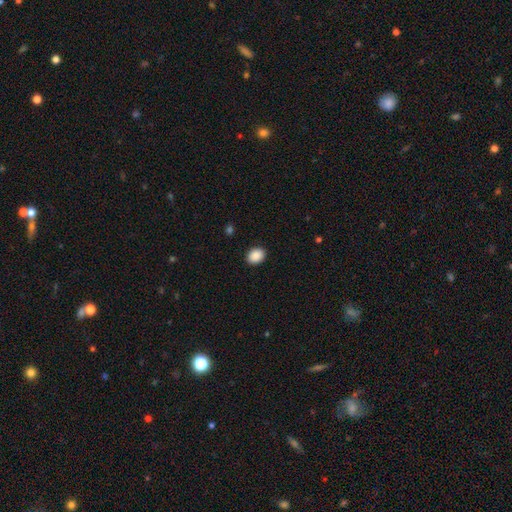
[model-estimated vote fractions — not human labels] This is clearly a smooth galaxy (90%). How rounded: possibly in between (58%). Merging: clearly none (91%).